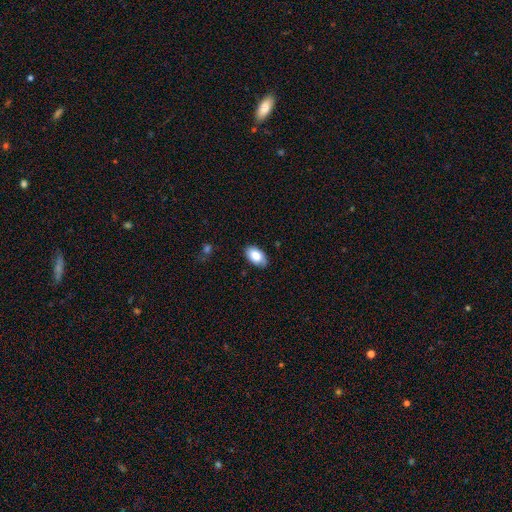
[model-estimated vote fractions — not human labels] This appears to be a smooth galaxy with no disk features (82%) that is in between round and cigar-shaped (94%). Merging: none (84%).